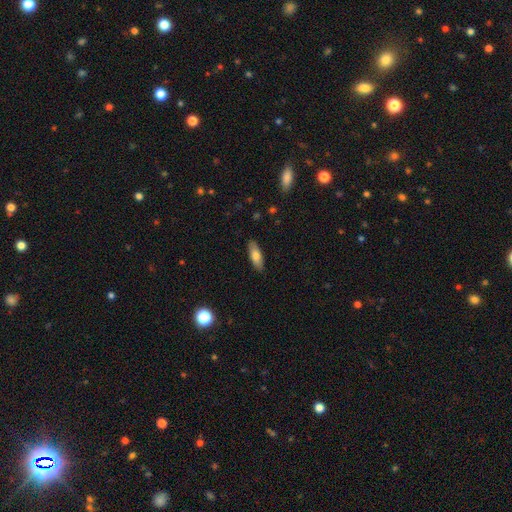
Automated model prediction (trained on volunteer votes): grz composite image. It shows a smooth galaxy with no disk features (73%) that is in between round and cigar-shaped (59%). Merging: none (88%).